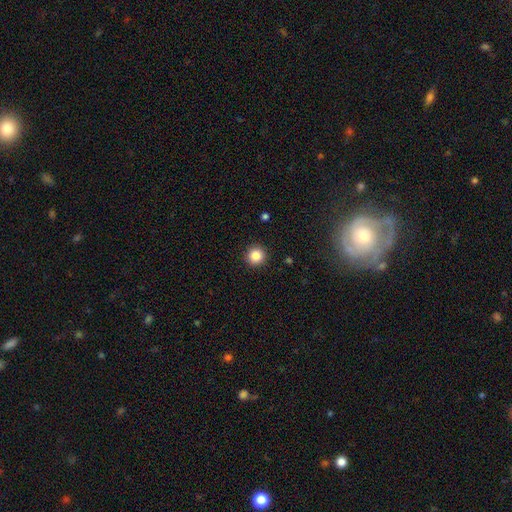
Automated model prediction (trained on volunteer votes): Smooth or featured? smooth (85%)
How rounded? round (95%)
Merging? none (92%)